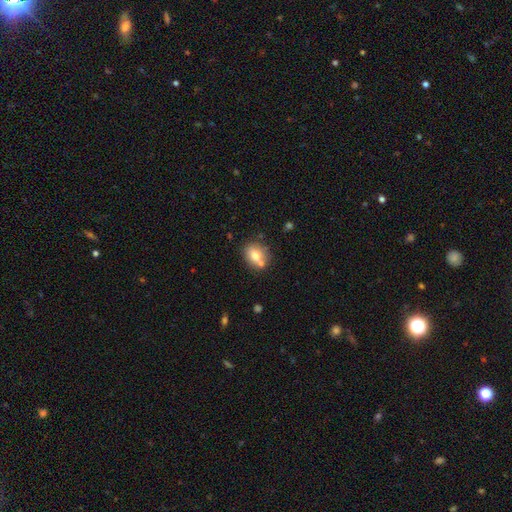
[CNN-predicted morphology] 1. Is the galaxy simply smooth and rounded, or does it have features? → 71% smooth, 19% featured or disk, 10% star or artifact.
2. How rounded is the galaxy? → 51% in between, 48% round, 1% cigar-shaped.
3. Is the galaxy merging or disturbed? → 64% none, 20% merger, 13% minor disturbance, 3% major disturbance.